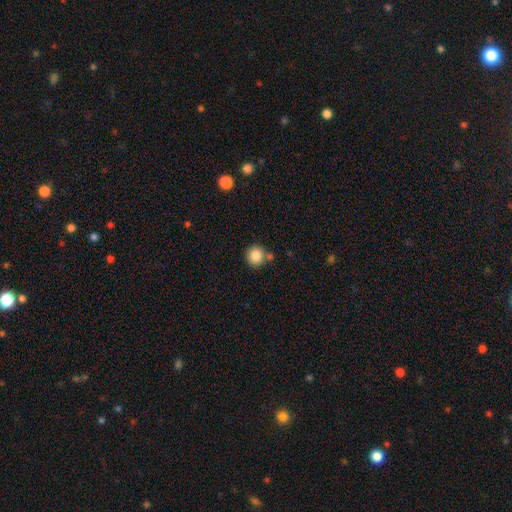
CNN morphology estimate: Smooth or featured? Predicted: smooth (p=0.84). How rounded? Predicted: round (p=0.91). Merging? Predicted: none (p=0.75).